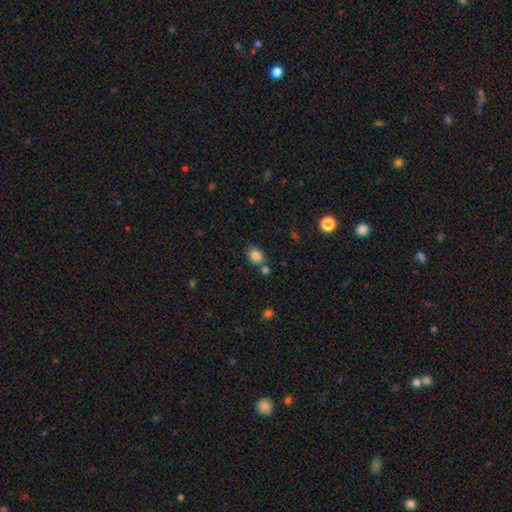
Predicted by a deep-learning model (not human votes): Overall: smooth (84%). How rounded: in between (67%; round 32%). Merging: none (69%).